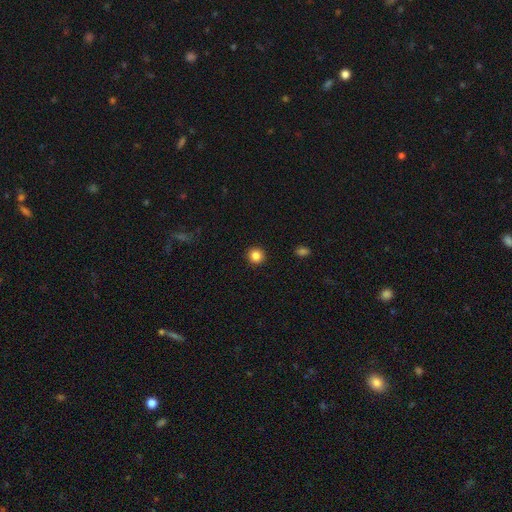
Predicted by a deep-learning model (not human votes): Morphology: type=smooth (85%); roundness=round (94%); merging=none (93%).